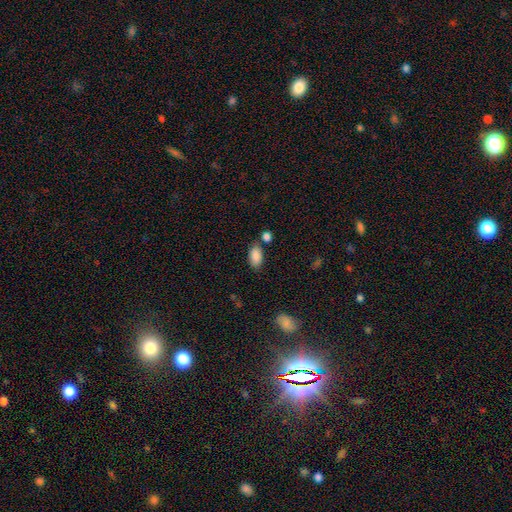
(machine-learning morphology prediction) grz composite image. It shows a smooth galaxy with no disk features (88%) that is in between round and cigar-shaped (93%). Merging: none (71%).